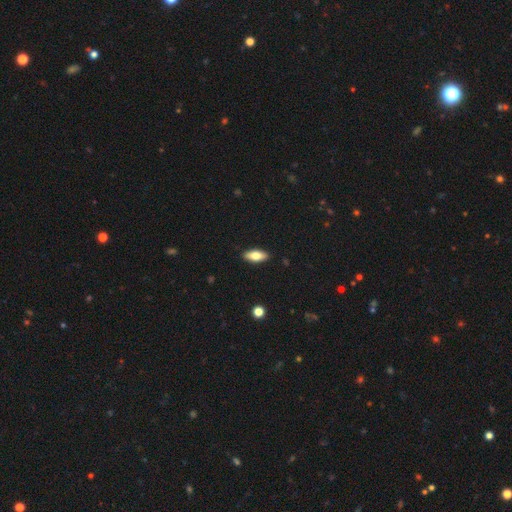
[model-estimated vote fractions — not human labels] Smooth or featured: smooth — 73% (featured or disk — 21%)
How rounded: in between — 79% (cigar-shaped — 19%)
Merging: none — 90% (minor disturbance — 8%)